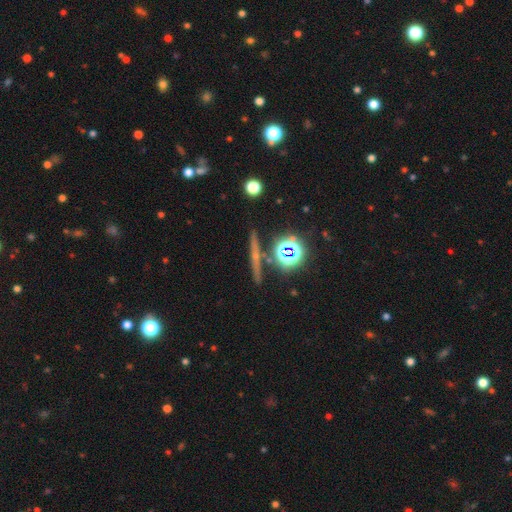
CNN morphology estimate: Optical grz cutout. It shows a featured or disk galaxy (47%). Merging: none (86%).